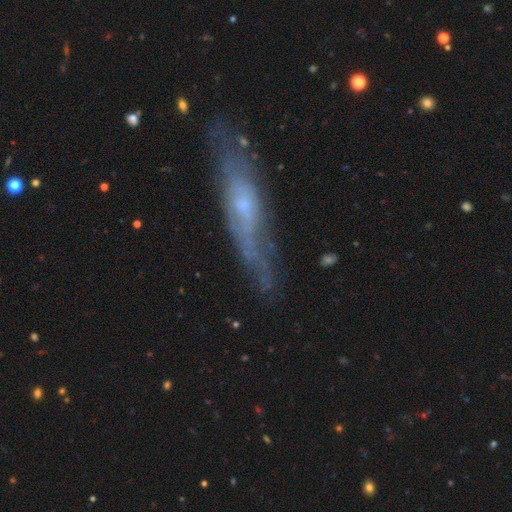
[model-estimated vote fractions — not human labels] Overall: featured or disk (65%; smooth 26%). Edge-on disk: yes (57%; no 43%). Merging: none (67%).